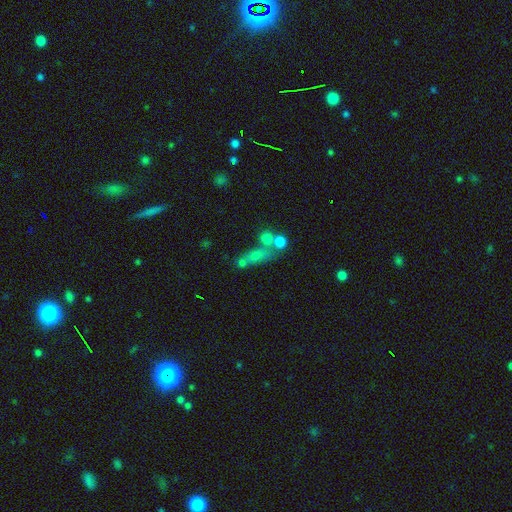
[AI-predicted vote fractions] smooth_or_featured: smooth (p=0.61) [alt: featured or disk p=0.22]
how_rounded: in between (p=0.41) [alt: cigar-shaped p=0.35]
merging: none (p=0.40) [alt: merger p=0.38]